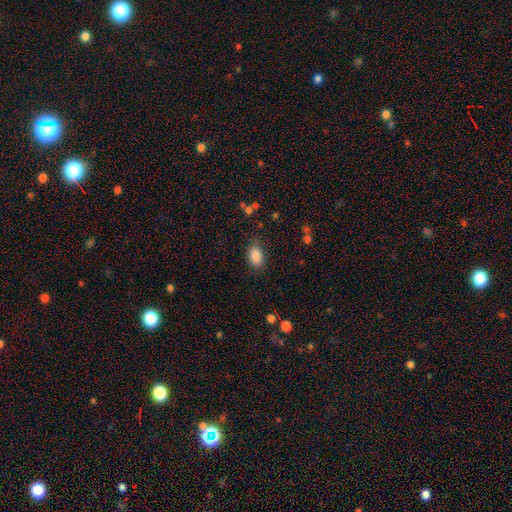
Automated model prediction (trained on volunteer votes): smooth_or_featured: smooth (p=0.87) [alt: star or artifact p=0.08]
how_rounded: in between (p=0.89) [alt: round p=0.09]
merging: none (p=0.78) [alt: minor disturbance p=0.16]